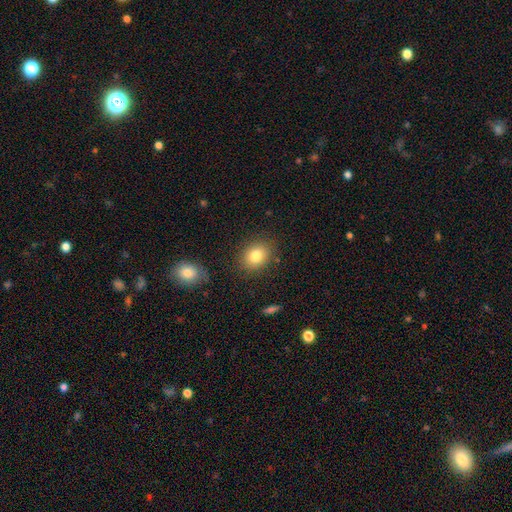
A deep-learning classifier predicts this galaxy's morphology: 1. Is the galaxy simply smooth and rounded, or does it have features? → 80% smooth, 10% star or artifact, 10% featured or disk.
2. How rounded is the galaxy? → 50% round, 49% in between, 1% cigar-shaped.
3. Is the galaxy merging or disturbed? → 84% none, 11% minor disturbance, 3% major disturbance, 2% merger.